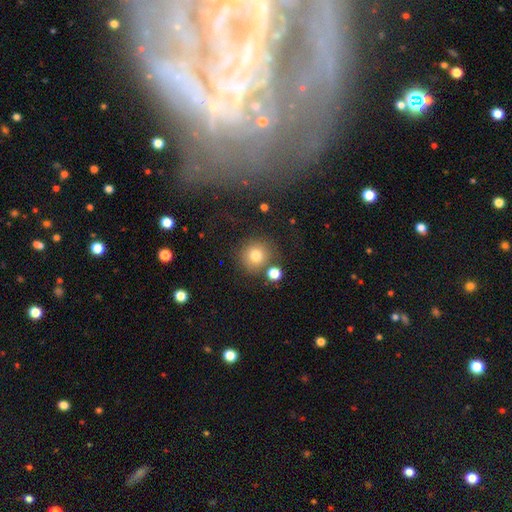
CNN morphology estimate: Overall: smooth (78%). How rounded: round (89%). Merging: none (75%).